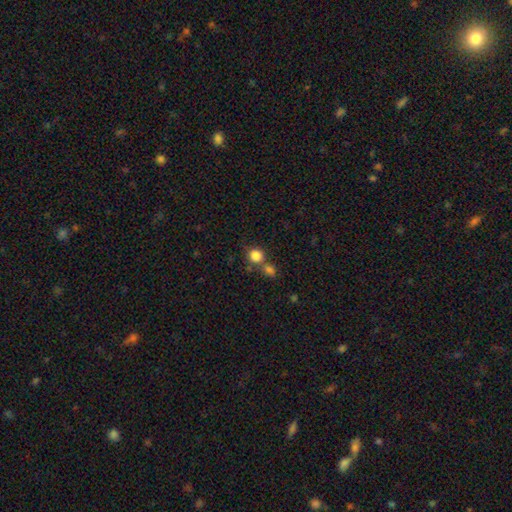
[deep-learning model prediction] Smooth or featured? Predicted: smooth (p=0.83). How rounded? Predicted: round (p=0.88). Merging? Predicted: none (p=0.58).